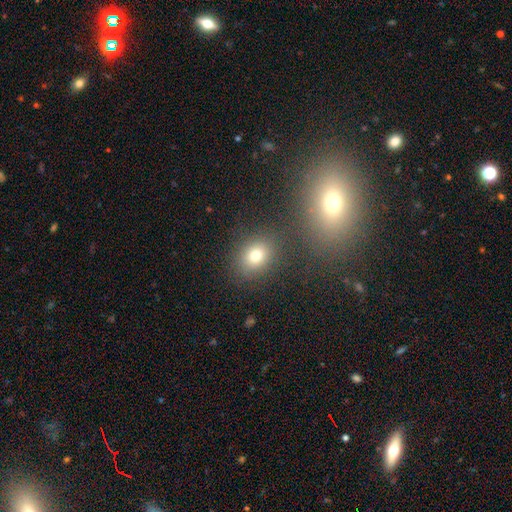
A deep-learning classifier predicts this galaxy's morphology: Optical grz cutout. It shows a smooth galaxy with no disk features (76%) that is round (52%). Merging: none (80%).